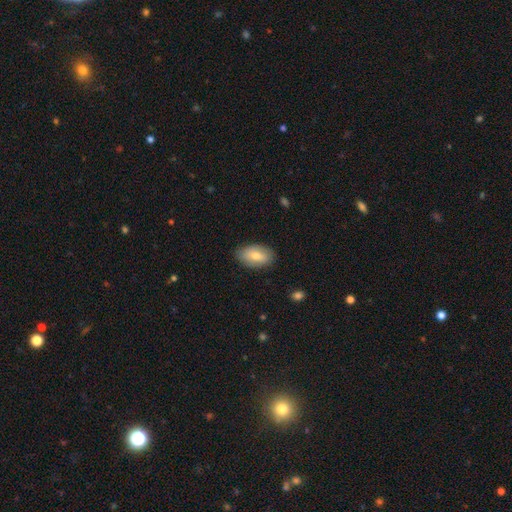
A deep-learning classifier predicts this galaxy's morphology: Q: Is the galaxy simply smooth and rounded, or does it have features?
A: smooth — 75%.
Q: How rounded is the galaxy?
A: in between — 92%.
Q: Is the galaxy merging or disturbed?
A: none — 83%.